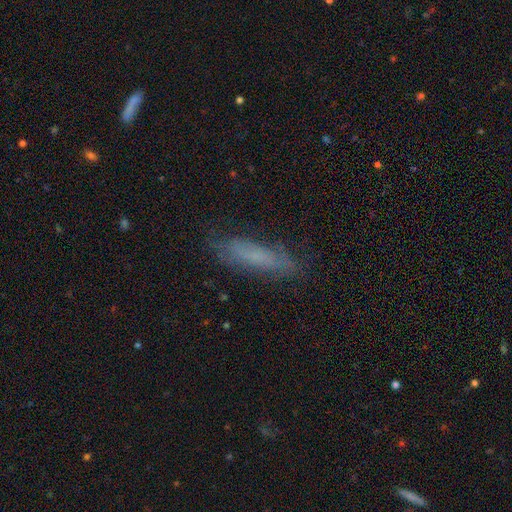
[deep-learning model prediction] smooth-or-featured: smooth: 59% | featured or disk: 29% | star or artifact: 12%
  how-rounded: cigar-shaped: 68% | in between: 30% | round: 2%
  merging: none: 77% | minor disturbance: 17% | major disturbance: 5% | merger: 1%